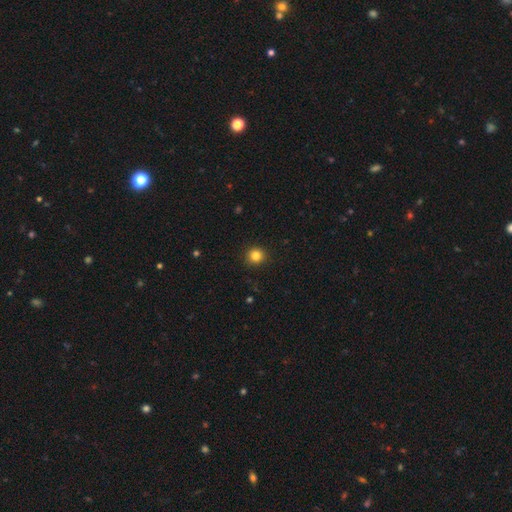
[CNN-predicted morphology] type=smooth (83%); roundness=round (94%); merging=none (93%).